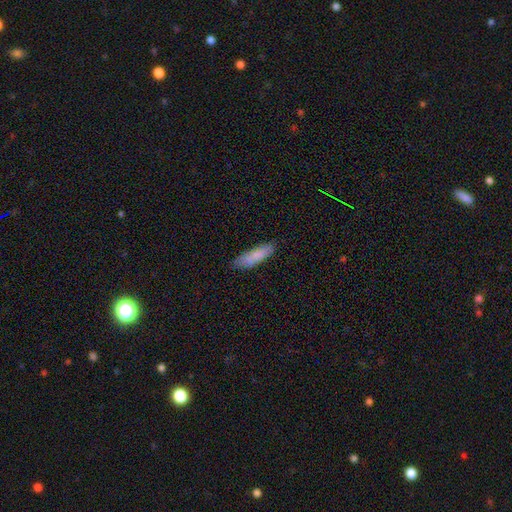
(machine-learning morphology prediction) type=smooth (83%); roundness=cigar-shaped (60%); merging=none (77%).